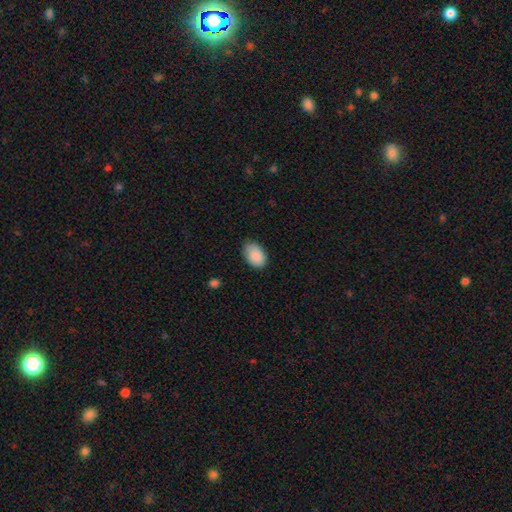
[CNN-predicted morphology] Q: Smooth or featured?
A: smooth (89%); runner-up: star or artifact (7%)
Q: How rounded?
A: in between (88%); runner-up: round (11%)
Q: Merging?
A: none (77%); runner-up: minor disturbance (19%)